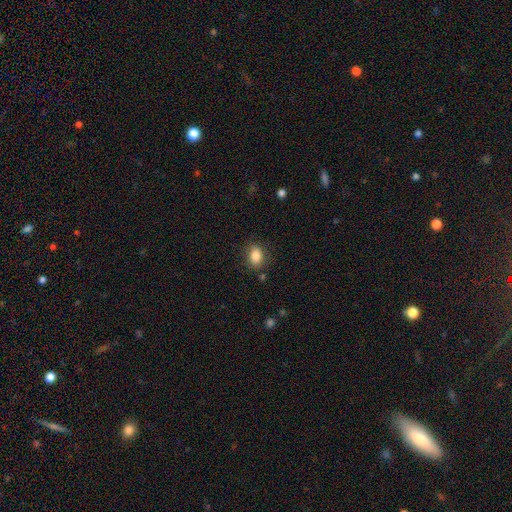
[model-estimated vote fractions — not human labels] Smooth or featured? smooth (84%)
How rounded? in between (73%)
Merging? none (83%)